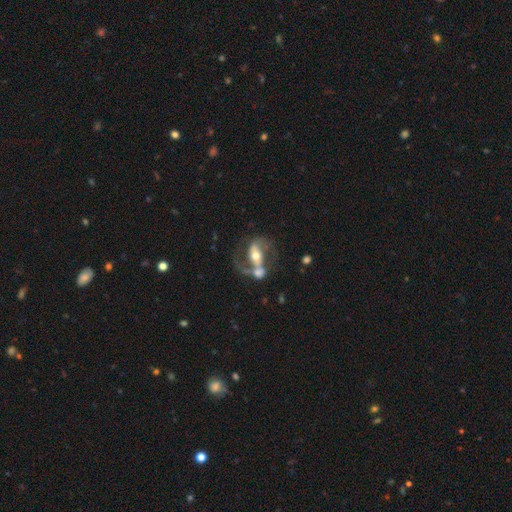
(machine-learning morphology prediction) This appears to be a featured or disk galaxy (76%) with a strong bar (46%), 2 (80%) medium (44%) spiral arms (73%) and a moderate central bulge (67%). Merging: merger (40%).